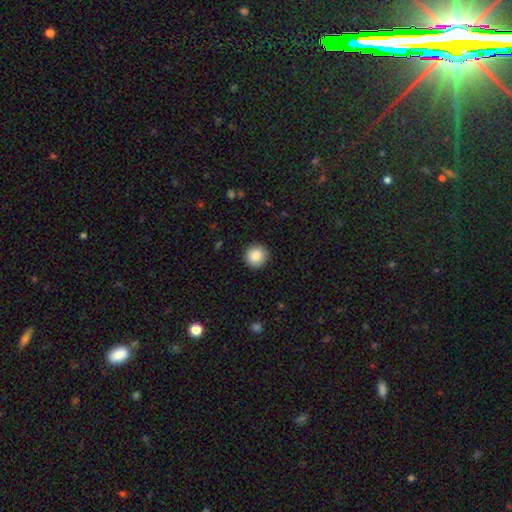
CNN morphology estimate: Smooth or featured?
  - smooth: 87% *
  - star or artifact: 8%
  - featured or disk: 4%
How rounded?
  - round: 94% *
  - in between: 5%
  - cigar-shaped: 1%
Merging?
  - none: 91% *
  - minor disturbance: 6%
  - major disturbance: 2%
  - merger: 1%